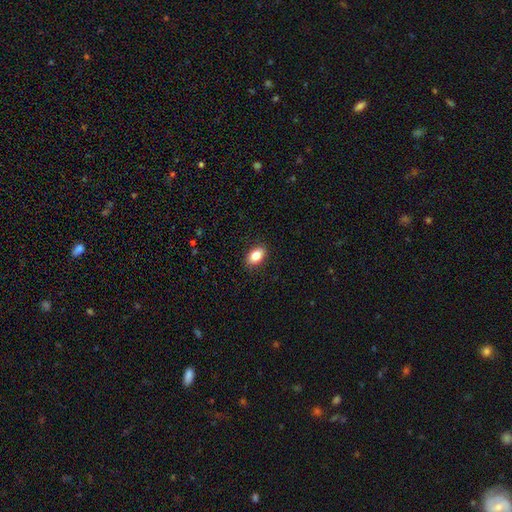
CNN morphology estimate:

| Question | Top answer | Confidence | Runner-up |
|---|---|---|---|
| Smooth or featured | smooth | 85% | star or artifact (8%) |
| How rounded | in between | 90% | round (9%) |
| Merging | none | 89% | minor disturbance (8%) |